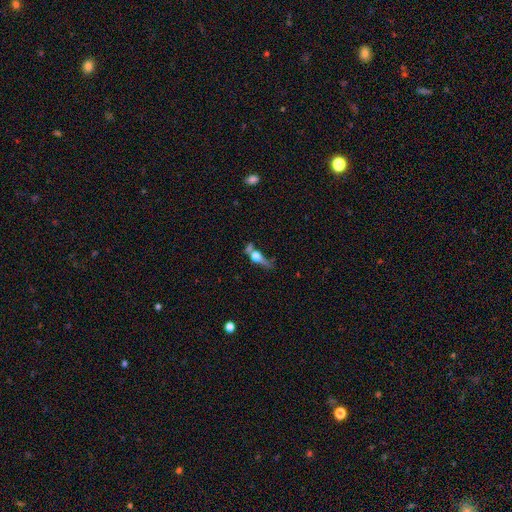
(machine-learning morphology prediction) This appears to be a featured or disk galaxy (45%). Merging: merger (33%, tied with none).